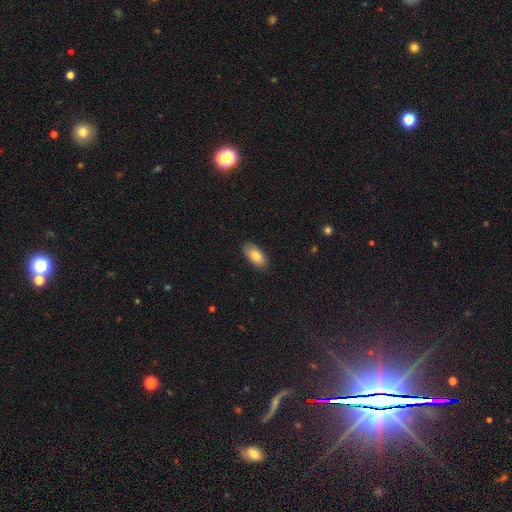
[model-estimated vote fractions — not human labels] smooth-or-featured: smooth: 81% | featured or disk: 13% | star or artifact: 6%
  how-rounded: in between: 93% | cigar-shaped: 4% | round: 3%
  merging: none: 87% | minor disturbance: 10% | major disturbance: 2% | merger: 1%